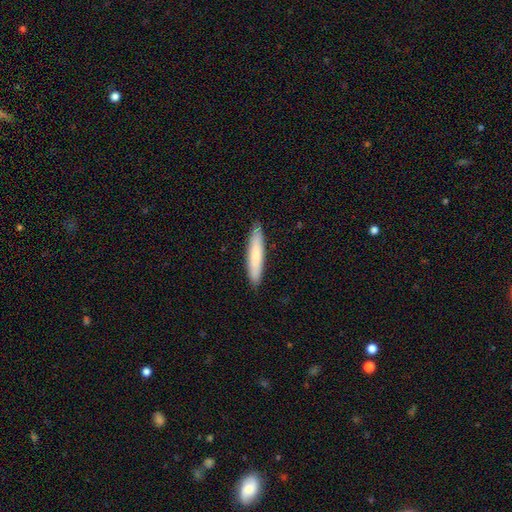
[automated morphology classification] This is likely a smooth galaxy (76%). How rounded: clearly cigar-shaped (90%). Merging: clearly none (90%).